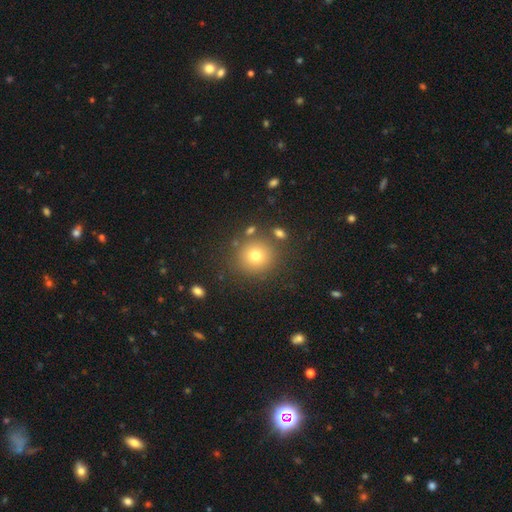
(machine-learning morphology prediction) This appears to be a smooth galaxy with no disk features (75%) that is round (93%). Merging: none (84%).